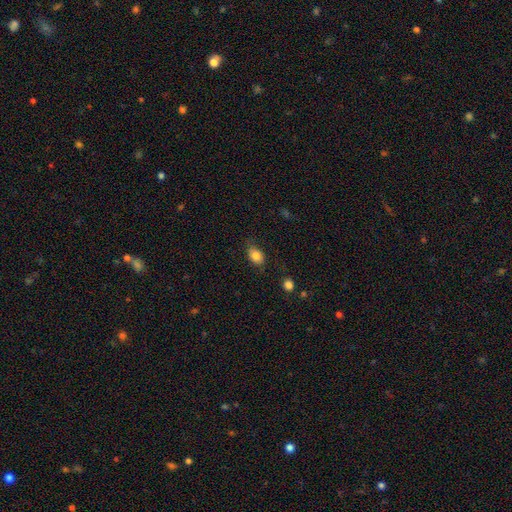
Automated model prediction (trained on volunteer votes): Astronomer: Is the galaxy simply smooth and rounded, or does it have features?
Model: smooth — 83%.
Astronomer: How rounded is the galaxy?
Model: in between — 79%.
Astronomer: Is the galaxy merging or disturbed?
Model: none — 70%.